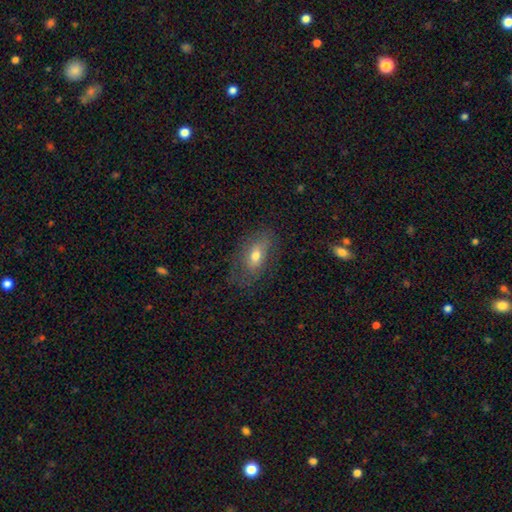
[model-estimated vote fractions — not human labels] A smooth galaxy with no disk features (61%) that is in between round and cigar-shaped (84%).

Vote fractions:
- Smooth or featured? smooth: 61% / featured or disk: 30% / star or artifact: 9%
- How rounded? in between: 84% / cigar-shaped: 9% / round: 7%
- Merging? none: 66% / minor disturbance: 21% / major disturbance: 11% / merger: 1%